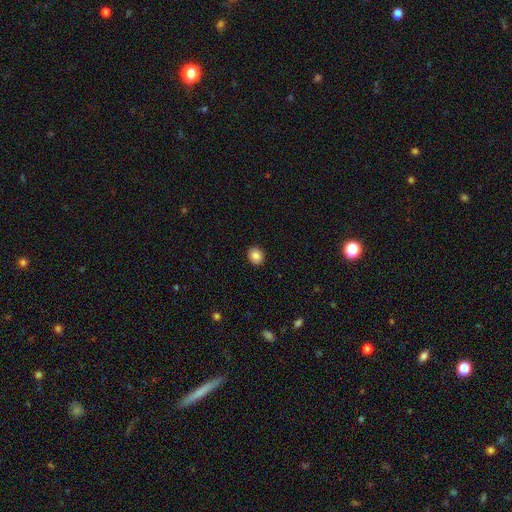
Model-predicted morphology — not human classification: Overall: smooth (85%). How rounded: round (71%). Merging: none (92%).